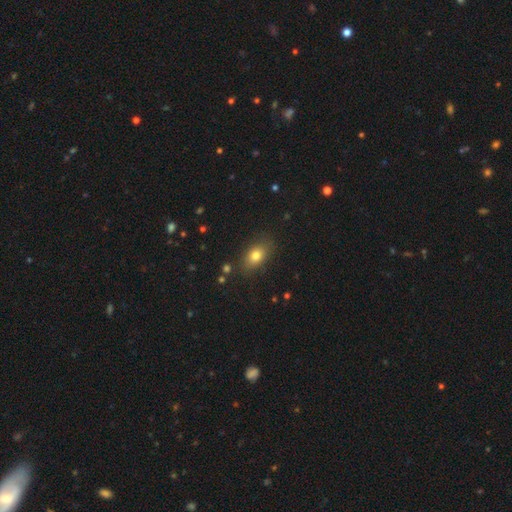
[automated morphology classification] A smooth galaxy with no disk features (77%) that is in between round and cigar-shaped (79%). Merging: none (82%).